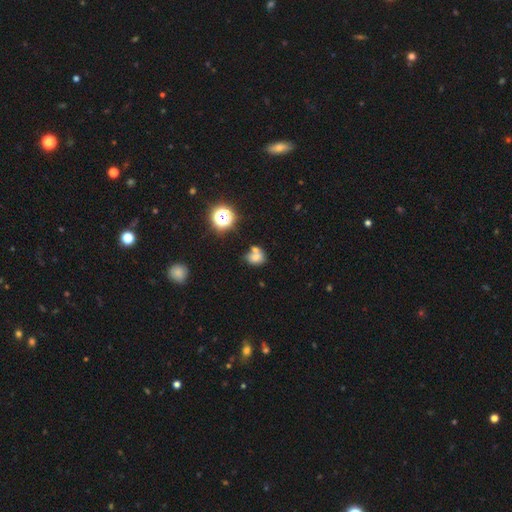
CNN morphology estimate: smooth-or-featured: smooth: 68% | star or artifact: 17% | featured or disk: 15%
  how-rounded: round: 53% | in between: 46% | cigar-shaped: 1%
  merging: none: 41% | merger: 39% | minor disturbance: 14% | major disturbance: 7%